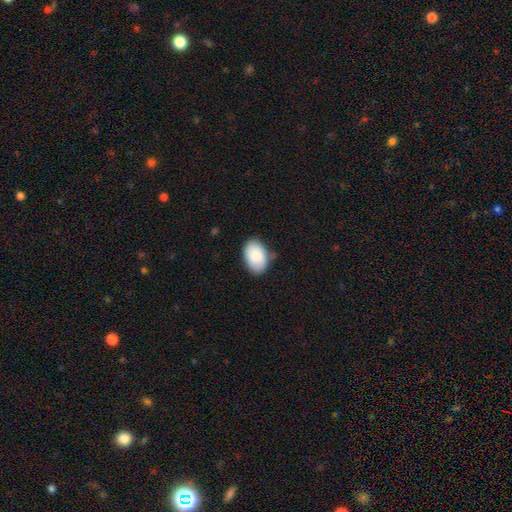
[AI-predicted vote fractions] Smooth or featured? smooth (86%)
How rounded? in between (88%)
Merging? none (77%)